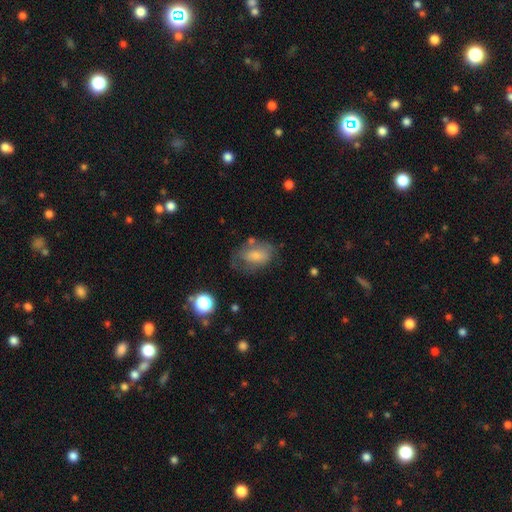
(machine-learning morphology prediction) Smooth or featured?
  - smooth: 58% *
  - featured or disk: 31%
  - star or artifact: 11%
How rounded?
  - in between: 83% *
  - round: 14%
  - cigar-shaped: 2%
Merging?
  - none: 55% *
  - minor disturbance: 26%
  - major disturbance: 15%
  - merger: 4%